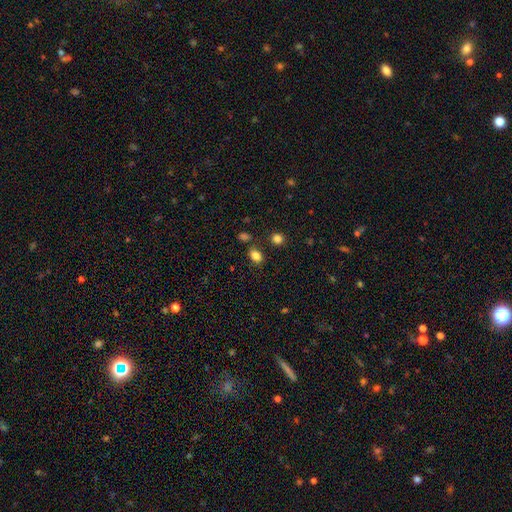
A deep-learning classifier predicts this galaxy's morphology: This is clearly a smooth galaxy (83%). How rounded: likely in between (70%). Merging: likely none (77%).